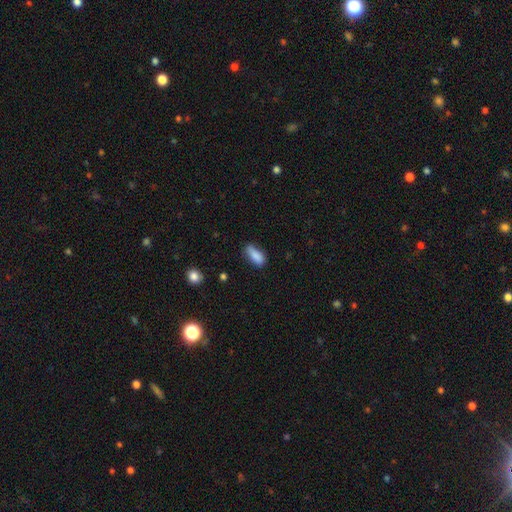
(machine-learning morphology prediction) The model was most divided on "merging": none: 63%, minor disturbance: 28%, major disturbance: 6%, merger: 3%. More confident: smooth or featured — smooth (86%); how rounded — in between (78%).